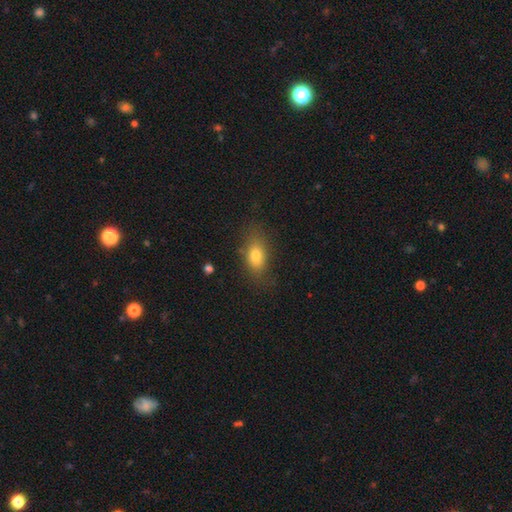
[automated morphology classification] This appears to be a smooth galaxy with no disk features (76%) that is in between round and cigar-shaped (79%). Merging: none (74%).